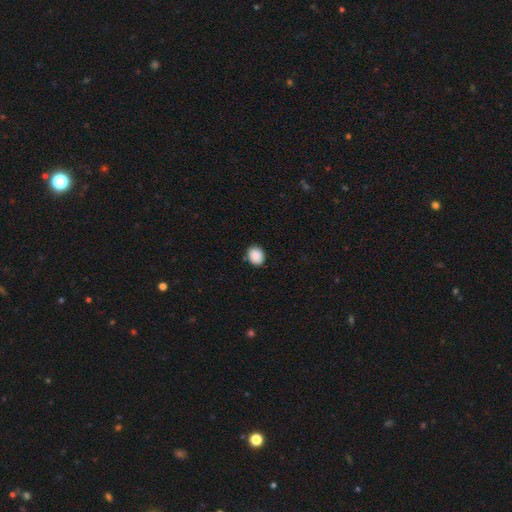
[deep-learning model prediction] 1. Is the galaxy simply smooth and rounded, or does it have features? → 89% smooth, 8% star or artifact, 3% featured or disk.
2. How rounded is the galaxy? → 54% round, 45% in between, 1% cigar-shaped.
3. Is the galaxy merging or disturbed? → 85% none, 11% minor disturbance, 2% major disturbance, 2% merger.